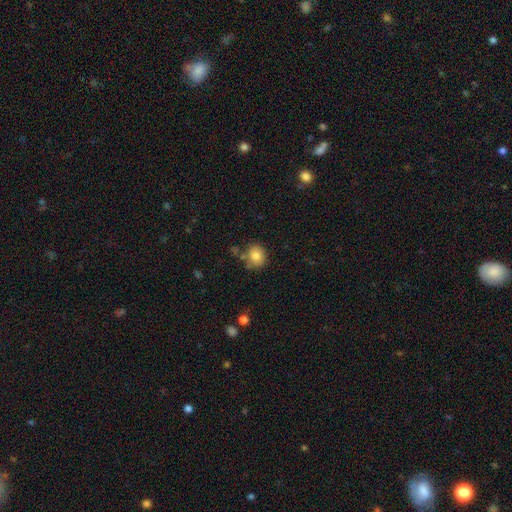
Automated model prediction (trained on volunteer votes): Smooth or featured: smooth — 81% (star or artifact — 10%)
How rounded: round — 76% (in between — 23%)
Merging: none — 72% (minor disturbance — 16%)